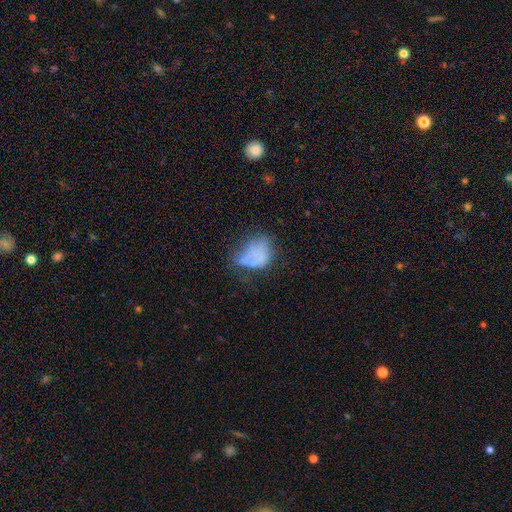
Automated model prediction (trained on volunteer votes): A smooth galaxy with no disk features (59%) that is in between round and cigar-shaped (67%).

Vote fractions:
- Smooth or featured? smooth: 59% / featured or disk: 27% / star or artifact: 14%
- How rounded? in between: 67% / round: 31% / cigar-shaped: 2%
- Merging? major disturbance: 35% / minor disturbance: 29% / none: 28% / merger: 7%